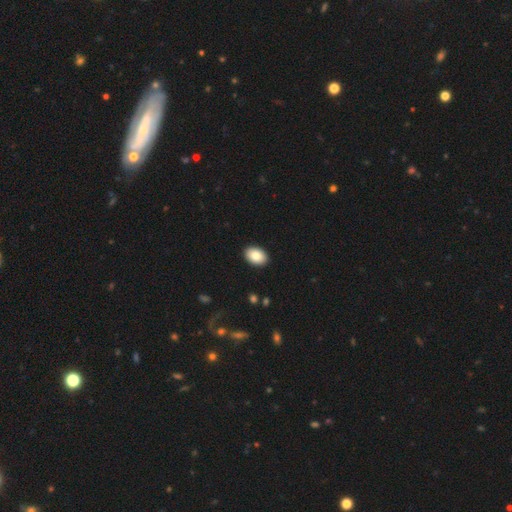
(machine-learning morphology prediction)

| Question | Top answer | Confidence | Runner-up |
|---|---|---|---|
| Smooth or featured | smooth | 86% | featured or disk (7%) |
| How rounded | in between | 85% | round (14%) |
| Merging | none | 91% | minor disturbance (6%) |